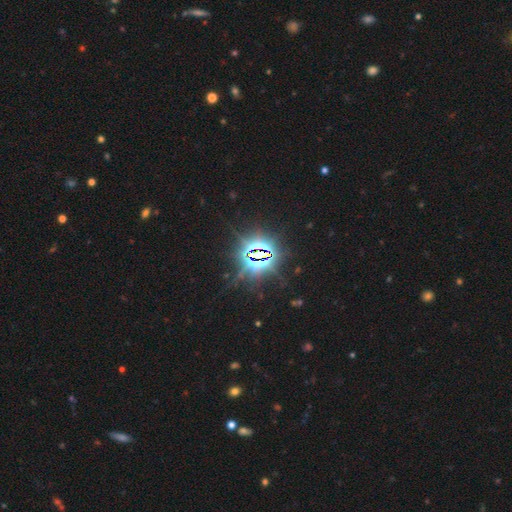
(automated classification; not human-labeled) The model was most divided on "smooth or featured": star or artifact: 85%, featured or disk: 8%, smooth: 7%.